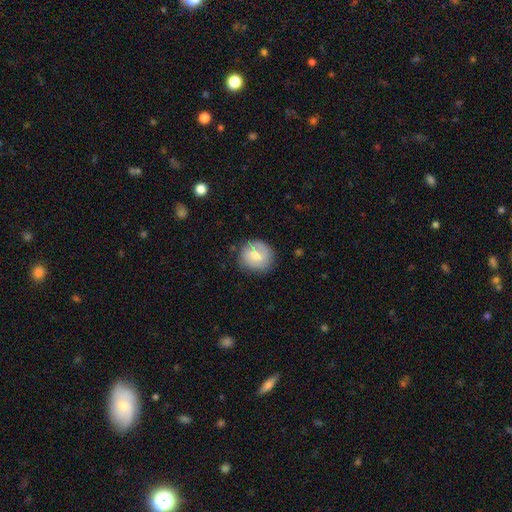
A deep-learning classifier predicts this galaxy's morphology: smooth 69%, featured or disk 24%, star or artifact 7%. Down the decision tree: how rounded — round (84%); merging — none (79%).